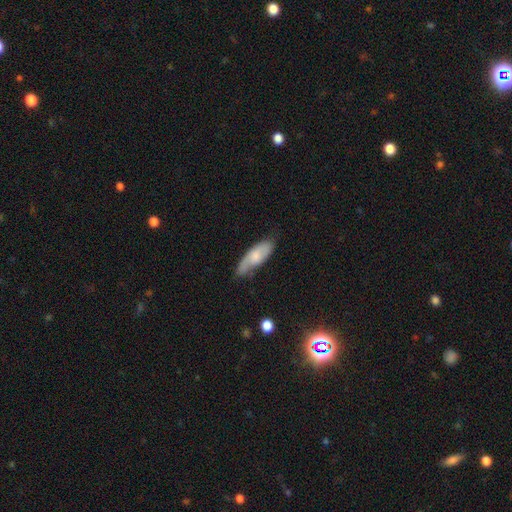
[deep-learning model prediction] smooth 63%, featured or disk 31%, star or artifact 6%. Down the decision tree: how rounded — in between (67%); merging — none (55%).